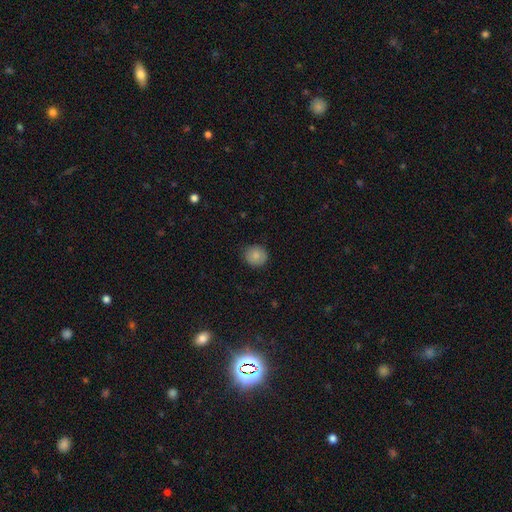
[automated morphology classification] smooth_or_featured: smooth (p=0.81) [alt: featured or disk p=0.10]
how_rounded: round (p=0.87) [alt: in between p=0.12]
merging: none (p=0.83) [alt: minor disturbance p=0.13]